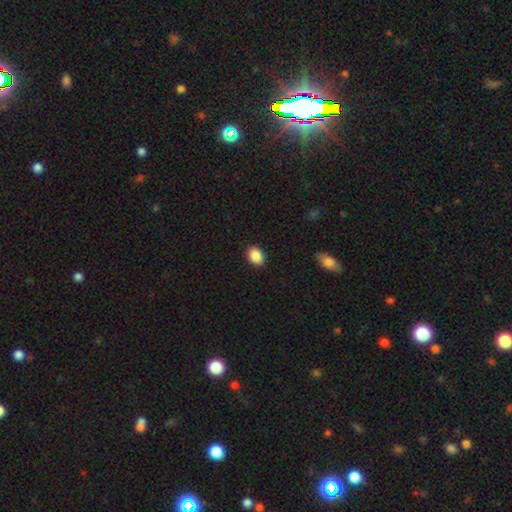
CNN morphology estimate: Smooth or featured? Predicted: smooth (p=0.89). How rounded? Predicted: in between (p=0.78). Merging? Predicted: none (p=0.89).